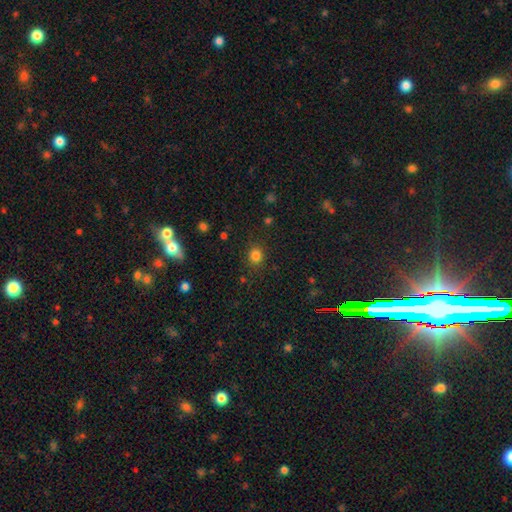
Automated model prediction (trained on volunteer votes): smooth_or_featured: smooth (p=0.81) [alt: star or artifact p=0.14]
how_rounded: round (p=0.76) [alt: in between p=0.24]
merging: none (p=0.87) [alt: minor disturbance p=0.09]